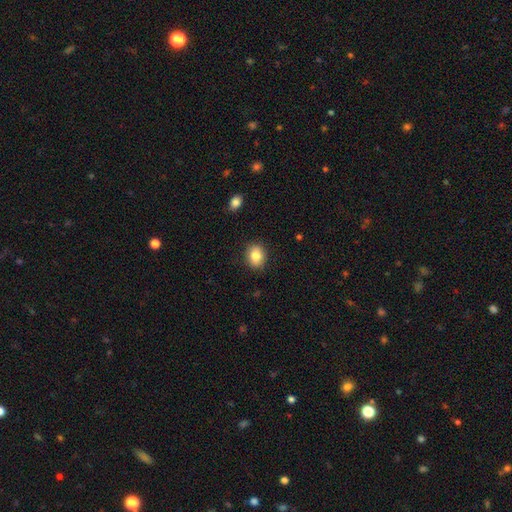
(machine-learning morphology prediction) The model was most divided on "how rounded": round: 51%, in between: 48%, cigar-shaped: 1%. More confident: merging — none (88%); smooth or featured — smooth (84%).